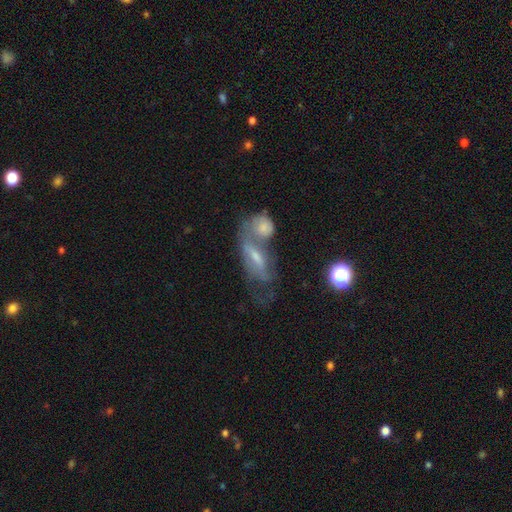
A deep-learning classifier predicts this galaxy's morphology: The model was most divided on "merging": merger: 48%, none: 28%, minor disturbance: 13%, major disturbance: 12%. More confident: edge-on disk — no (79%); smooth or featured — featured or disk (57%).